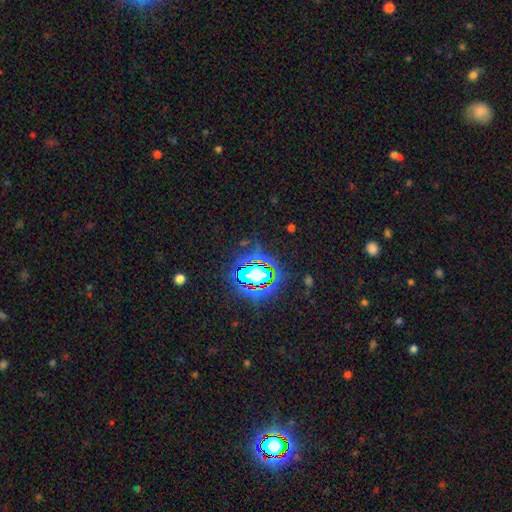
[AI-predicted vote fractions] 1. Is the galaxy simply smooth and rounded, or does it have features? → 84% star or artifact, 9% smooth, 7% featured or disk.